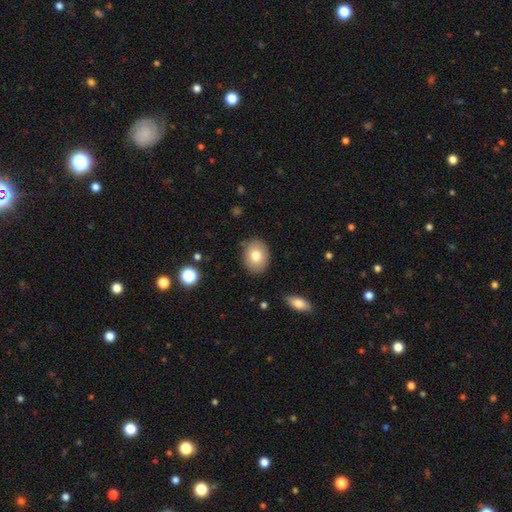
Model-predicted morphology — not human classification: This is likely a smooth galaxy (78%). How rounded: possibly in between (58%). Merging: clearly none (86%).